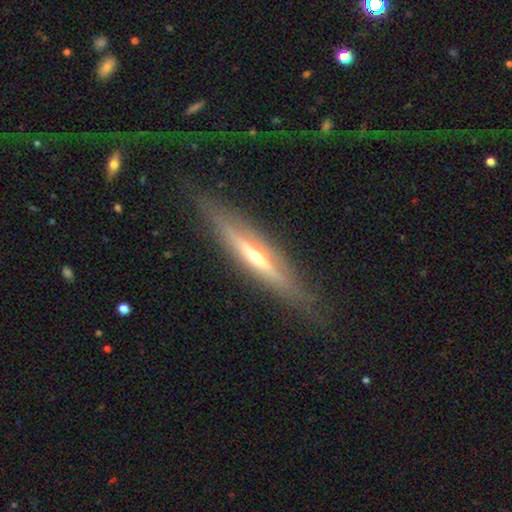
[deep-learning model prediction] Smooth or featured? featured or disk (75%)
Edge-on disk? yes (93%)
Edge-on bulge? rounded (82%)
Merging? none (81%)